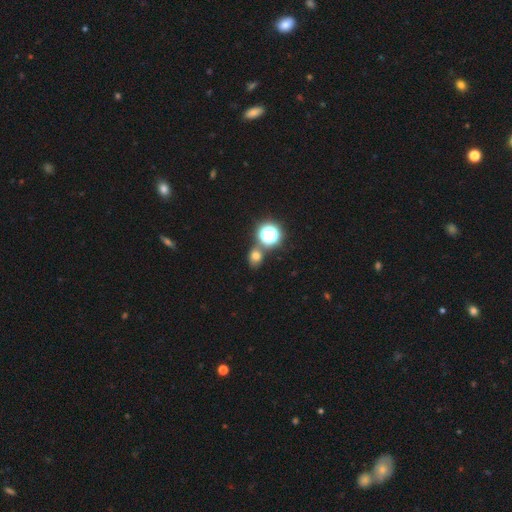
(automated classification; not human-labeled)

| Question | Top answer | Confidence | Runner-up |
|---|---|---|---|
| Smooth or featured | smooth | 65% | star or artifact (26%) |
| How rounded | round | 55% | in between (44%) |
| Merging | none | 69% | merger (15%) |